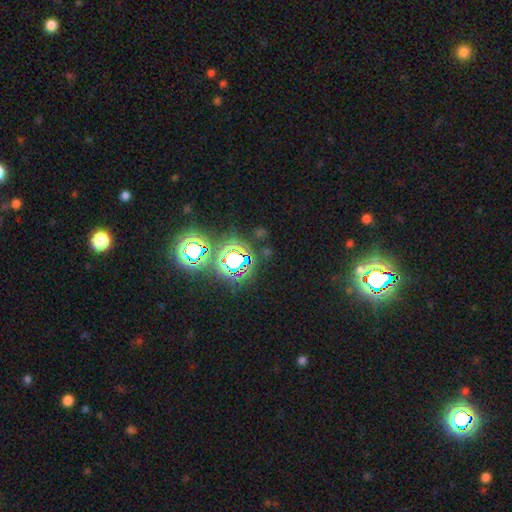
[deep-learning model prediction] Smooth or featured? star or artifact (81%)